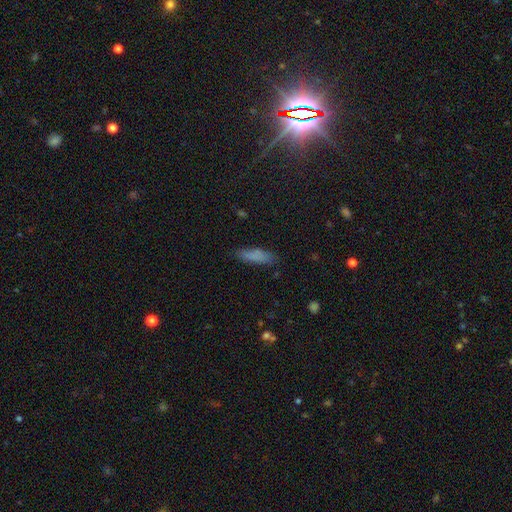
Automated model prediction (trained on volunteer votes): Smooth or featured? Predicted: smooth (p=0.82). How rounded? Predicted: cigar-shaped (p=0.57). Merging? Predicted: none (p=0.78).